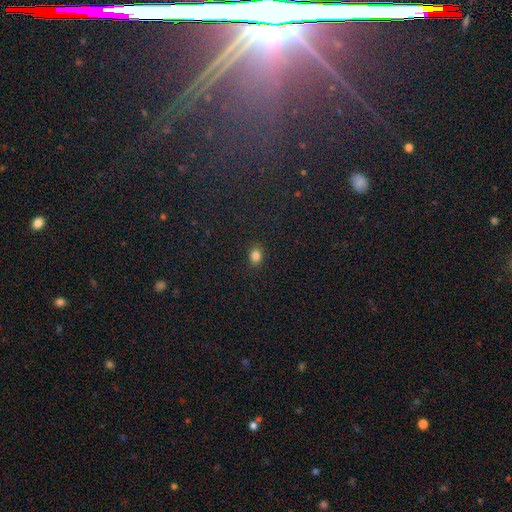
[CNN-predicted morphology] Q: Smooth or featured?
A: smooth (84%); runner-up: star or artifact (12%)
Q: How rounded?
A: in between (51%); runner-up: round (48%)
Q: Merging?
A: none (89%); runner-up: minor disturbance (8%)